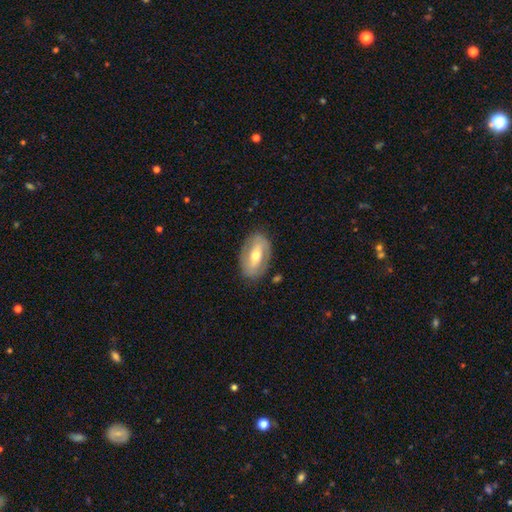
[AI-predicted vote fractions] Q: Smooth or featured?
A: featured or disk (62%); runner-up: smooth (32%)
Q: Edge-on disk?
A: no (91%); runner-up: yes (9%)
Q: Bar?
A: strong (42%); runner-up: weak (34%)
Q: Spiral arms?
A: yes (57%); runner-up: no (43%)
Q: Bulge size?
A: moderate (70%); runner-up: small (23%)
Q: Merging?
A: none (81%); runner-up: minor disturbance (13%)